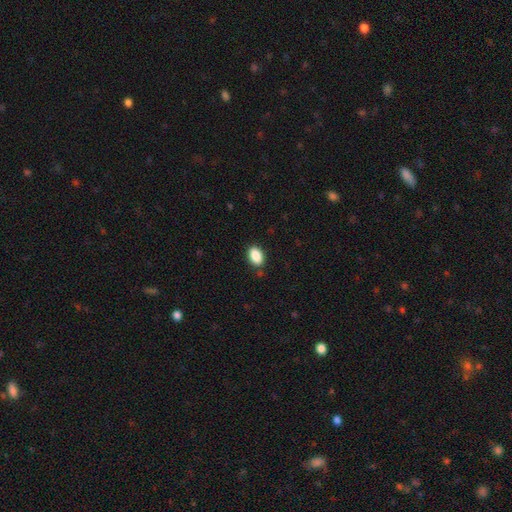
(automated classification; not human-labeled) Smooth or featured: smooth — 88% (star or artifact — 8%)
How rounded: in between — 90% (round — 8%)
Merging: none — 87% (minor disturbance — 9%)